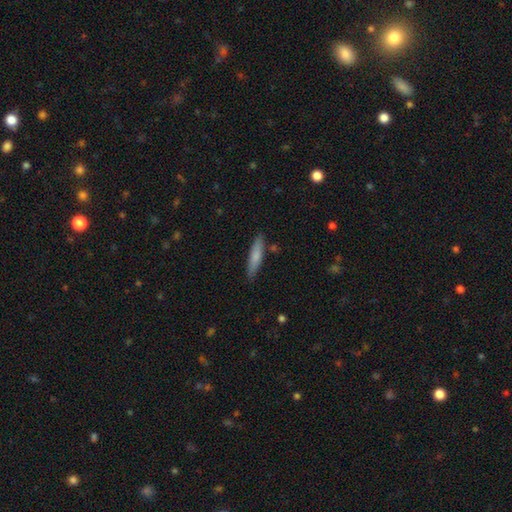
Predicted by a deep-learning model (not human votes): Smooth or featured: smooth — 74% (featured or disk — 20%)
How rounded: cigar-shaped — 84% (in between — 14%)
Merging: none — 85% (minor disturbance — 10%)